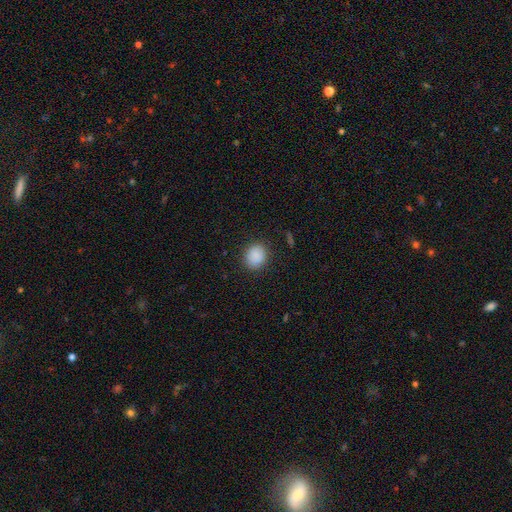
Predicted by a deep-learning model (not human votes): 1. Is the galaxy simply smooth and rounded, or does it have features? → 88% smooth, 8% star or artifact, 4% featured or disk.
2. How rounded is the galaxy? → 62% round, 37% in between, 1% cigar-shaped.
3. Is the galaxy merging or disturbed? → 87% none, 9% minor disturbance, 3% major disturbance, 1% merger.